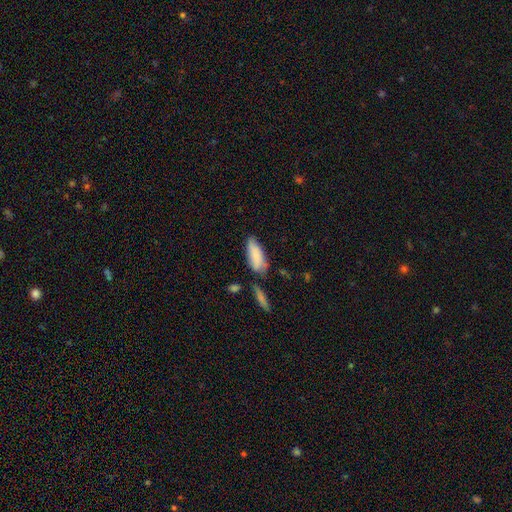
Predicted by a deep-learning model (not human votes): A smooth galaxy with no disk features (81%) that is in between round and cigar-shaped (74%). Merging: none (53%).